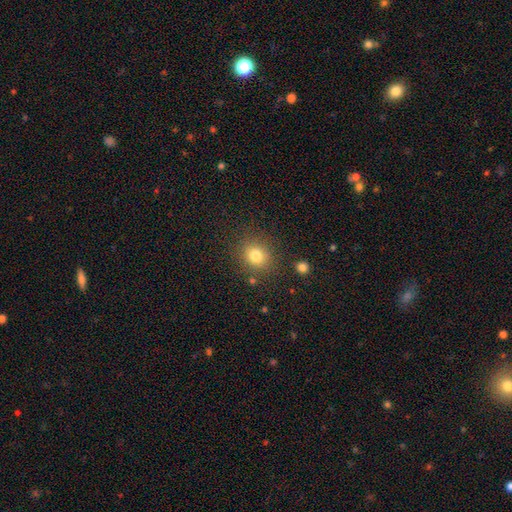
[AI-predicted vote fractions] A smooth galaxy with no disk features (80%) that is round (77%). Merging: none (82%).